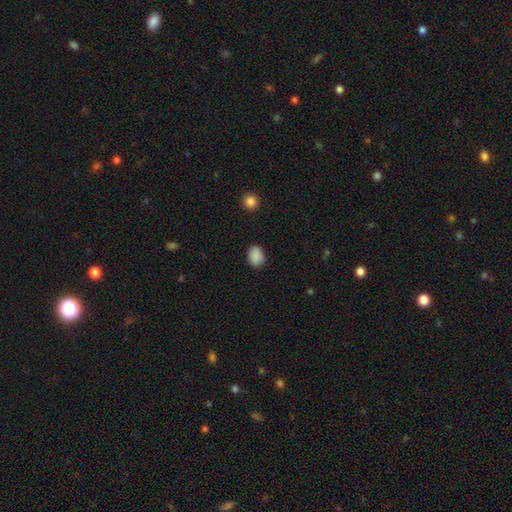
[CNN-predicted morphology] A smooth galaxy with no disk features (88%) that is in between round and cigar-shaped (59%). Merging: none (80%).